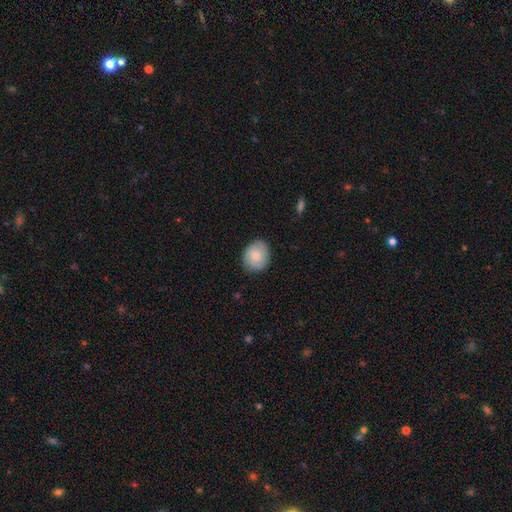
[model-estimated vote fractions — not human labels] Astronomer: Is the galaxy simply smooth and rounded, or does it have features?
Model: smooth — 82%.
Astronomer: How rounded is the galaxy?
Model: round — 66%.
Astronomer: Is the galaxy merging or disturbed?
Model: none — 83%.